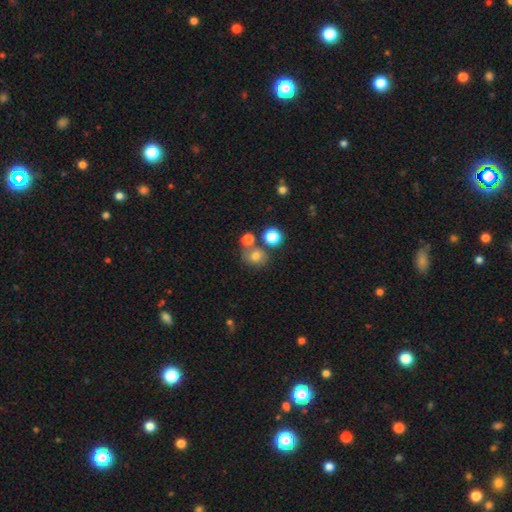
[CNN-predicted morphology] smooth 70%, star or artifact 16%, featured or disk 14%. Down the decision tree: how rounded — round (79%); merging — none (58%).